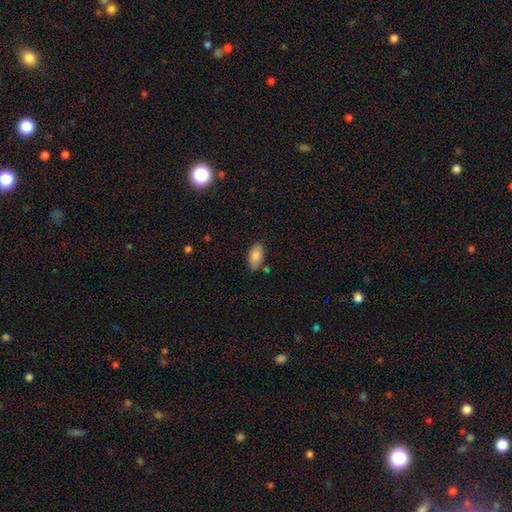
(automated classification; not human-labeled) This is clearly a smooth galaxy (85%). How rounded: clearly in between (90%). Merging: likely none (79%).